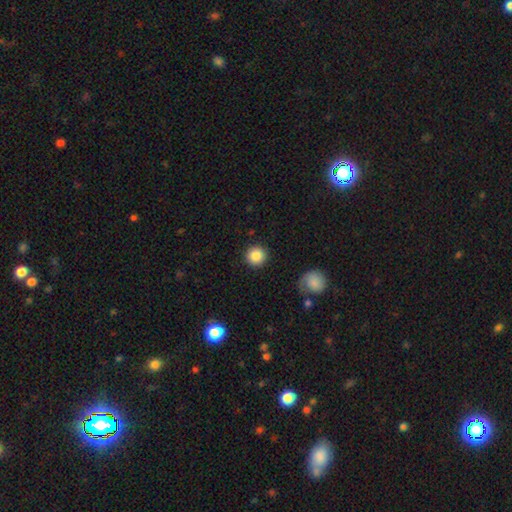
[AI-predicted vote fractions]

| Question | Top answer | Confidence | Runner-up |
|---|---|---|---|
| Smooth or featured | smooth | 87% | star or artifact (8%) |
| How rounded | round | 95% | in between (4%) |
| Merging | none | 90% | minor disturbance (6%) |